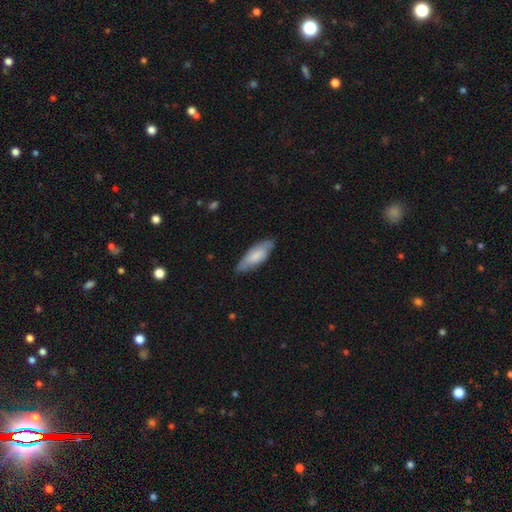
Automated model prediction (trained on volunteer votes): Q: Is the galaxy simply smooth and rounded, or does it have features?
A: smooth — 71%.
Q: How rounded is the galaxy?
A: in between — 66%.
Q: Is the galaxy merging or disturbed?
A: none — 76%.